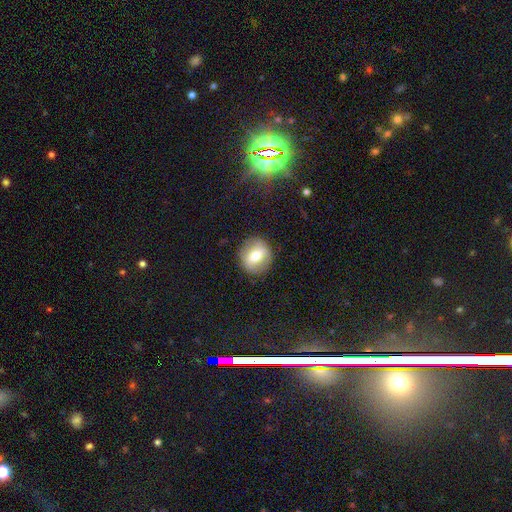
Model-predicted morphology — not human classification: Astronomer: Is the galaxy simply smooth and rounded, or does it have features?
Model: smooth — 56% (runner-up: featured or disk, 36%).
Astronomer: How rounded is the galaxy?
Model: round — 83%.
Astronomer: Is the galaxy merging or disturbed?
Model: none — 87%.